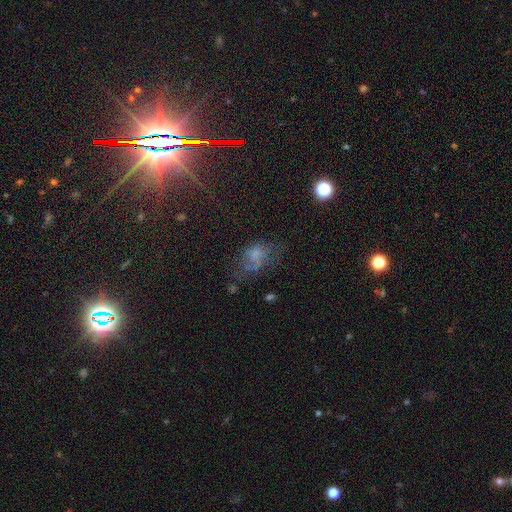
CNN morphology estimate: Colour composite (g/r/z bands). It shows a smooth galaxy with no disk features (49%). Merging: none (40%).